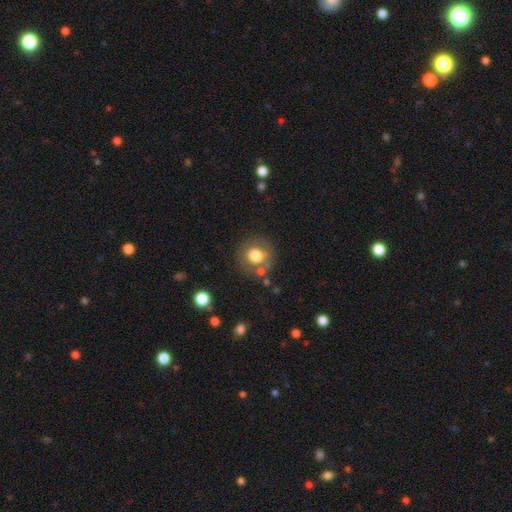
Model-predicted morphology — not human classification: Q: Smooth or featured?
A: smooth (72%); runner-up: featured or disk (18%)
Q: How rounded?
A: round (89%); runner-up: in between (10%)
Q: Merging?
A: none (73%); runner-up: minor disturbance (14%)